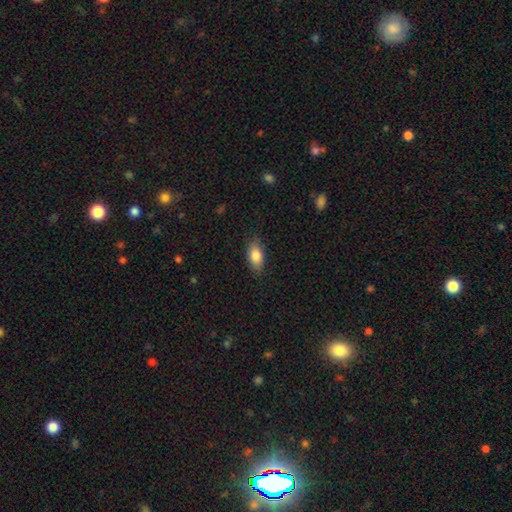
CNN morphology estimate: Smooth or featured? Predicted: smooth (p=0.82). How rounded? Predicted: in between (p=0.88). Merging? Predicted: none (p=0.83).